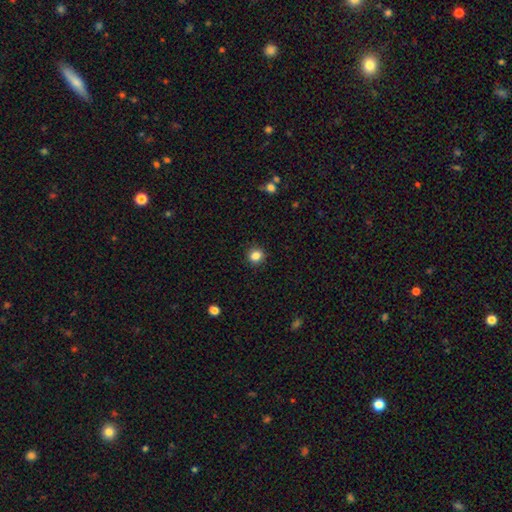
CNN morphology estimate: Smooth or featured? smooth (85%)
How rounded? round (86%)
Merging? none (90%)